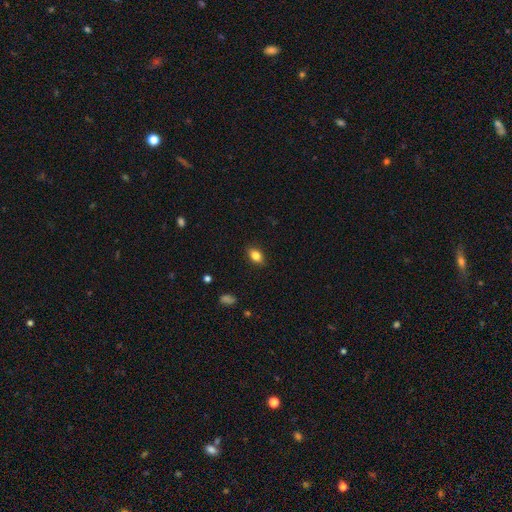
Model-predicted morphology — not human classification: The model was most divided on "how rounded": in between: 83%, round: 15%, cigar-shaped: 2%. More confident: merging — none (88%); smooth or featured — smooth (83%).